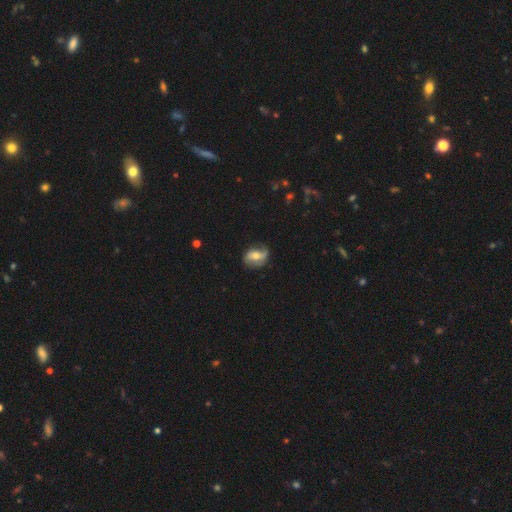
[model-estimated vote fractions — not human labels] A featured or disk galaxy (58%) with no bar (39%), spiral arms (79%) and a moderate central bulge (63%). Merging: none (65%).